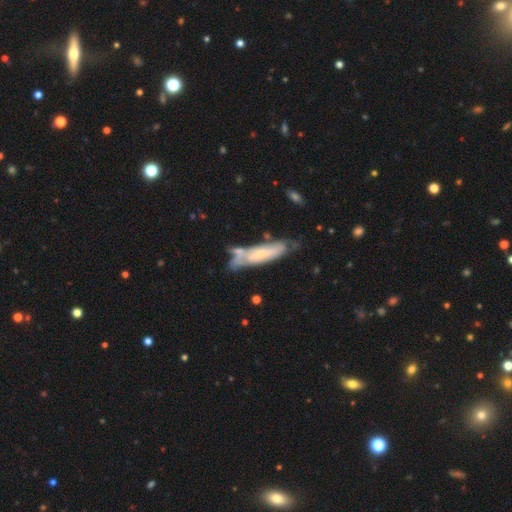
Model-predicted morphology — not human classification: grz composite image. It shows a featured or disk galaxy (50%). Merging: none (53%).